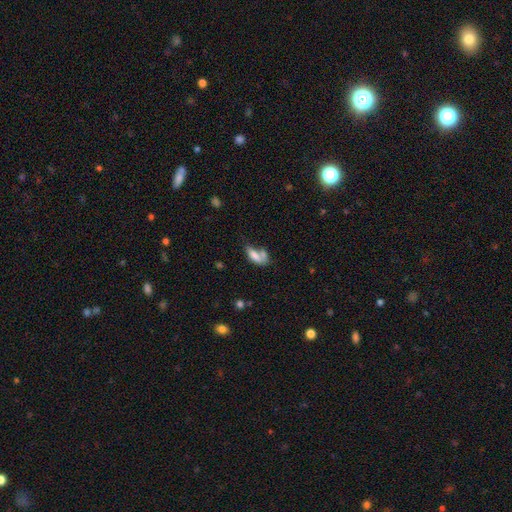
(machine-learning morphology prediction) Smooth or featured?
  - smooth: 72% *
  - featured or disk: 19%
  - star or artifact: 9%
How rounded?
  - in between: 76% *
  - cigar-shaped: 20%
  - round: 4%
Merging?
  - merger: 43% *
  - none: 27%
  - minor disturbance: 16%
  - major disturbance: 14%